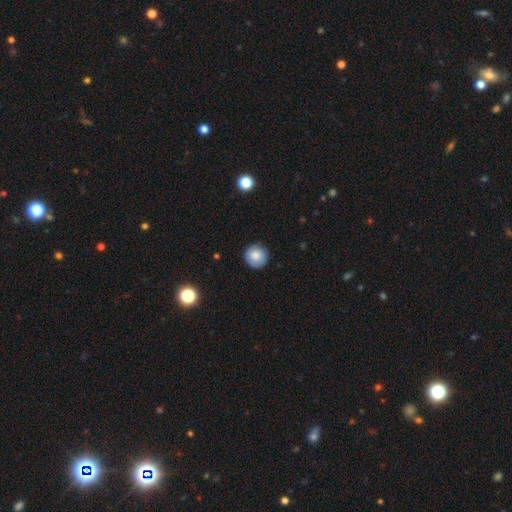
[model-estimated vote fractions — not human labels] The model was most divided on "smooth or featured": smooth: 83%, star or artifact: 9%, featured or disk: 8%. More confident: how rounded — round (94%); merging — none (89%).